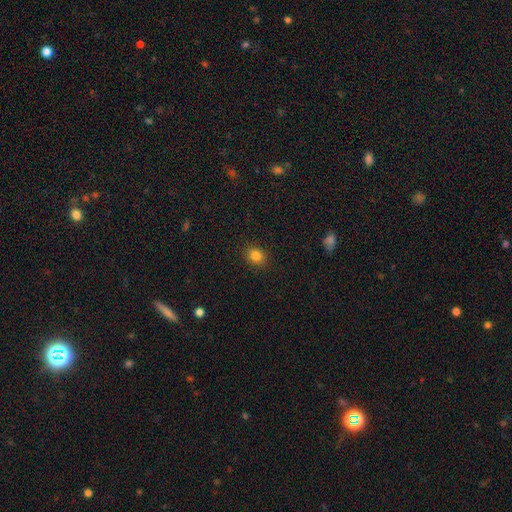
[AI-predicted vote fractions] Smooth or featured: smooth — 83% (star or artifact — 12%)
How rounded: round — 57% (in between — 42%)
Merging: none — 90% (minor disturbance — 7%)